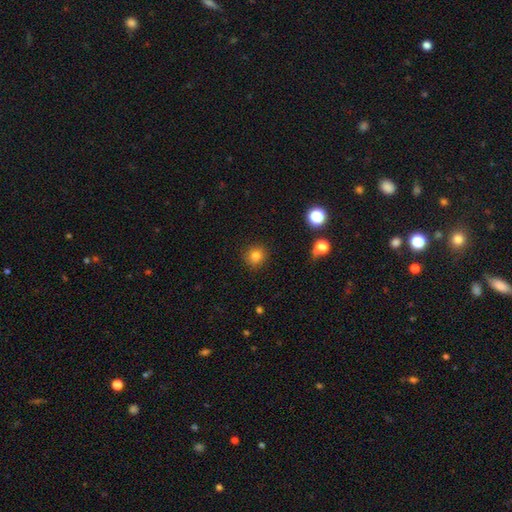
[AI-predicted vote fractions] smooth 81%, star or artifact 13%, featured or disk 7%. Down the decision tree: how rounded — round (86%); merging — none (87%).